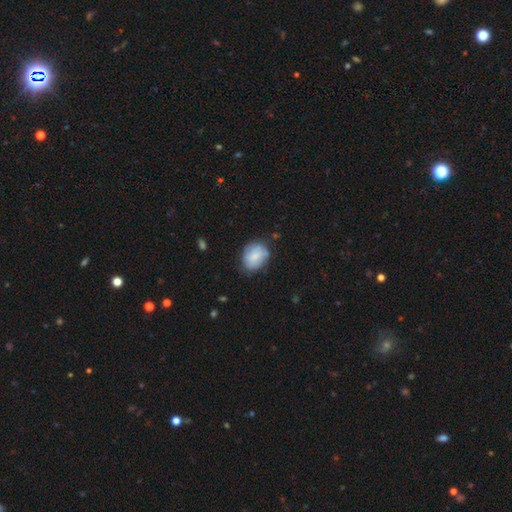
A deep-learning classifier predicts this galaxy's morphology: Q: Smooth or featured?
A: smooth (67%); runner-up: featured or disk (26%)
Q: How rounded?
A: in between (56%); runner-up: round (43%)
Q: Merging?
A: none (67%); runner-up: minor disturbance (25%)